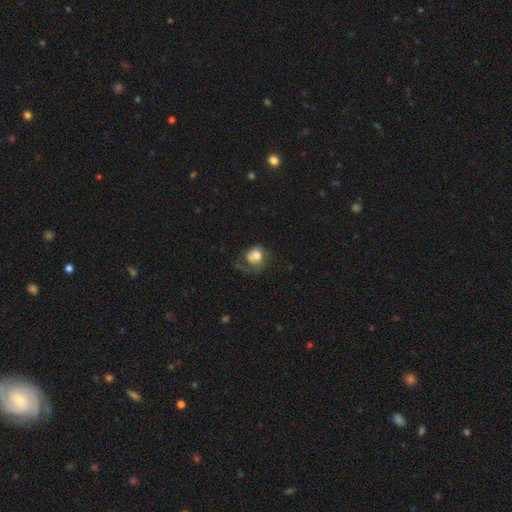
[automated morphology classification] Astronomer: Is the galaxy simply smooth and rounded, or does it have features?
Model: smooth — 63%.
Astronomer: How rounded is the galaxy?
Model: round — 65%.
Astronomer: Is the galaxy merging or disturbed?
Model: major disturbance — 40% (runner-up: none, 34%).